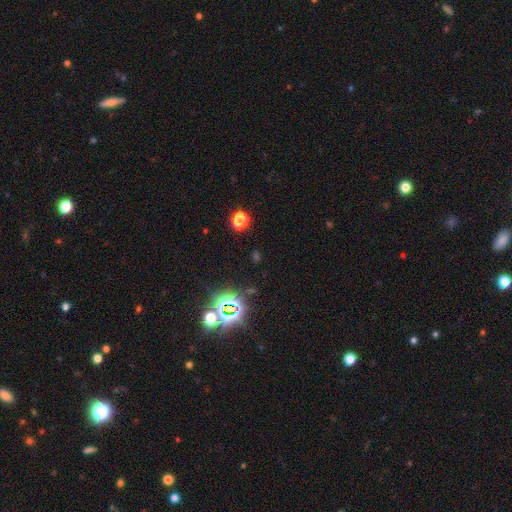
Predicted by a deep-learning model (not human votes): Morphology: type=star or artifact (78%).